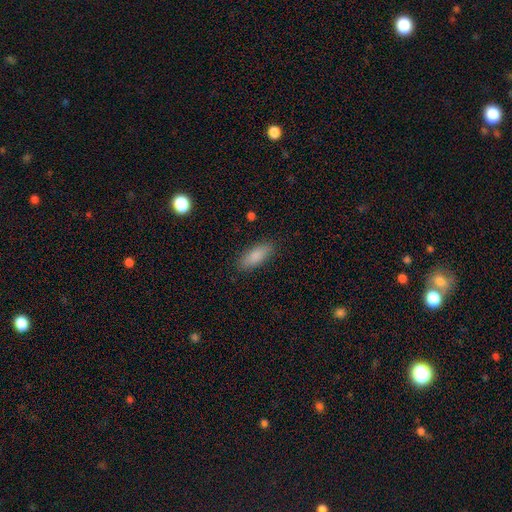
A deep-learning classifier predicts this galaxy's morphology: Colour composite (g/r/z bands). It shows a smooth galaxy with no disk features (86%) that is in between round and cigar-shaped (72%). Merging: none (87%).